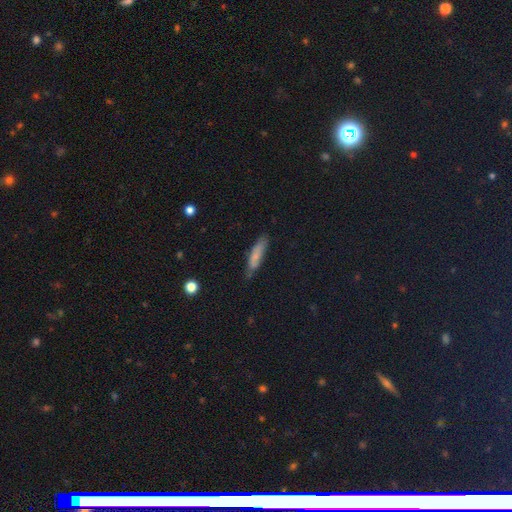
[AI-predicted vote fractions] smooth-or-featured: smooth: 71% | featured or disk: 21% | star or artifact: 8%
  how-rounded: cigar-shaped: 71% | in between: 27% | round: 2%
  merging: none: 69% | minor disturbance: 24% | major disturbance: 5% | merger: 3%